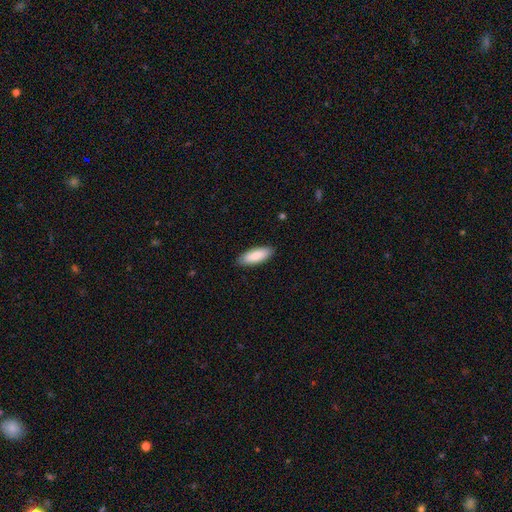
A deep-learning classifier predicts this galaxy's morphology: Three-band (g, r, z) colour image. It shows a smooth galaxy with no disk features (87%) that is in between round and cigar-shaped (69%). Merging: none (88%).